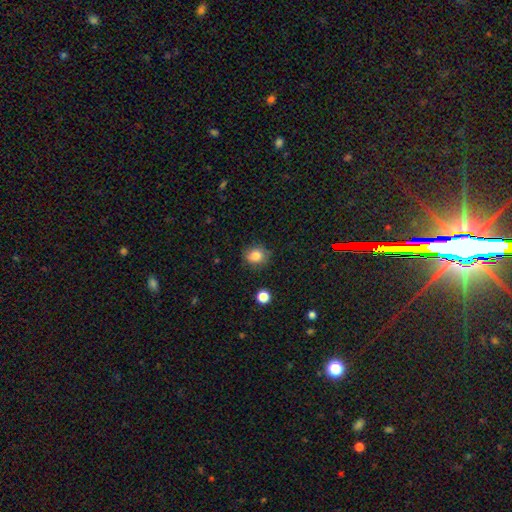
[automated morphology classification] Smooth or featured? Predicted: smooth (p=0.83). How rounded? Predicted: round (p=0.67). Merging? Predicted: none (p=0.80).